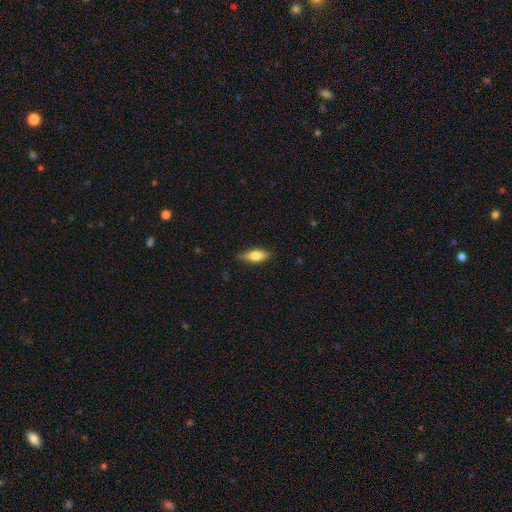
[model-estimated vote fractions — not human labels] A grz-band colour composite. It shows a smooth galaxy with no disk features (68%) that is in between round and cigar-shaped (69%). Merging: none (82%).